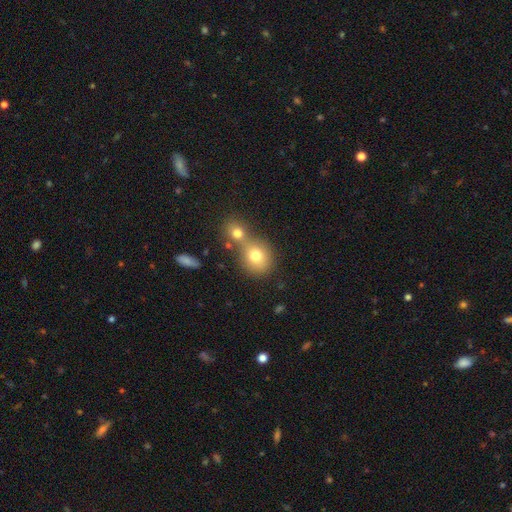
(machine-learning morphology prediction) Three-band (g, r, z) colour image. It shows a smooth galaxy with no disk features (74%) that is round (76%). Merging: merger (50%).